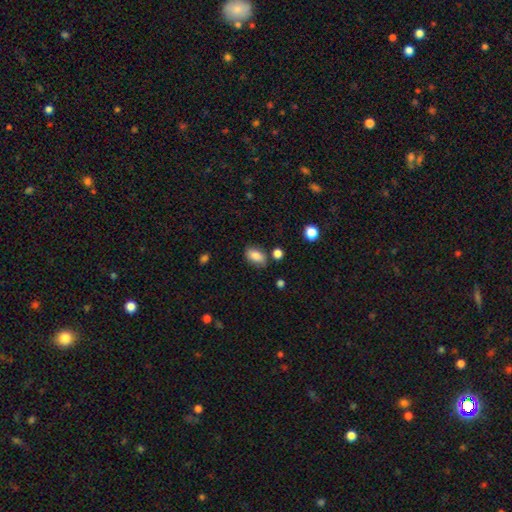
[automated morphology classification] This appears to be a smooth galaxy with no disk features (85%) that is in between round and cigar-shaped (89%). Merging: none (77%).